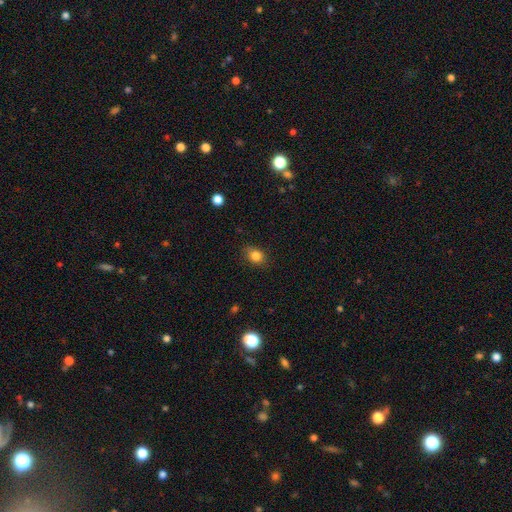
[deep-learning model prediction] Overall: smooth (82%). How rounded: in between (54%; round 44%). Merging: none (82%).